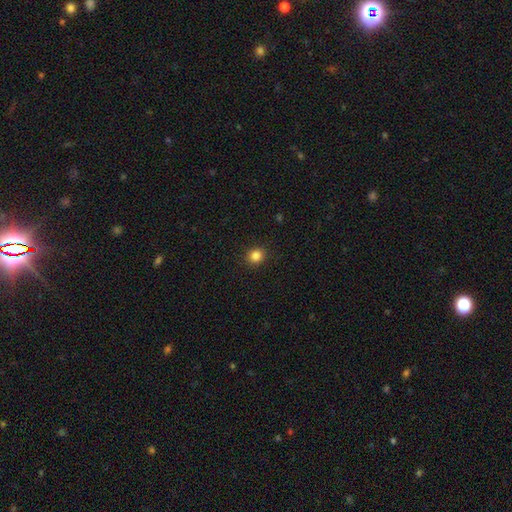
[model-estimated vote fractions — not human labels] Morphology: type=smooth (84%); roundness=round (83%); merging=none (91%).